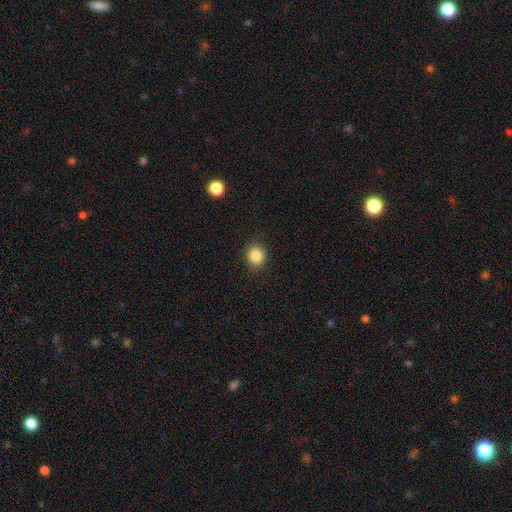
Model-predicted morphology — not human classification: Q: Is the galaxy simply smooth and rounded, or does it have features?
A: smooth — 86%.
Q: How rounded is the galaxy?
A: round — 80%.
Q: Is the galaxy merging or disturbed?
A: none — 90%.